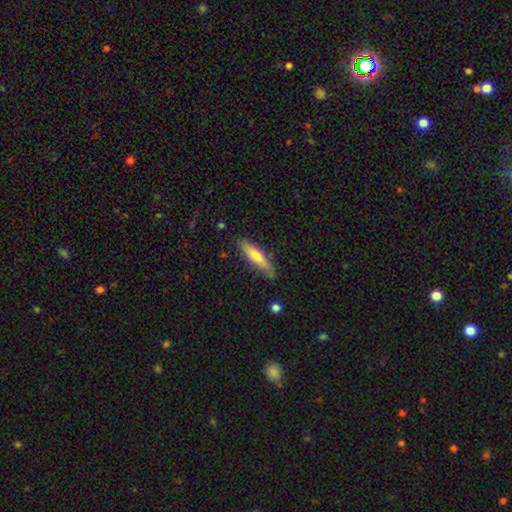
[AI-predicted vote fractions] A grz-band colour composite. It shows a smooth galaxy with no disk features (65%) that is cigar-shaped (79%). Merging: none (78%).